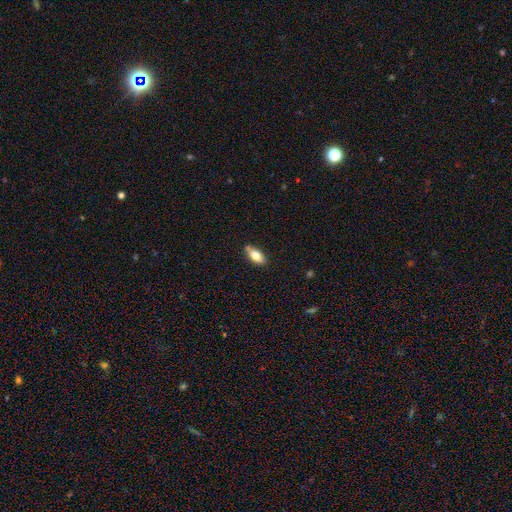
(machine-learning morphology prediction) smooth-or-featured: smooth: 78% | featured or disk: 15% | star or artifact: 7%
  how-rounded: in between: 85% | cigar-shaped: 12% | round: 3%
  merging: none: 76% | minor disturbance: 16% | merger: 5% | major disturbance: 3%